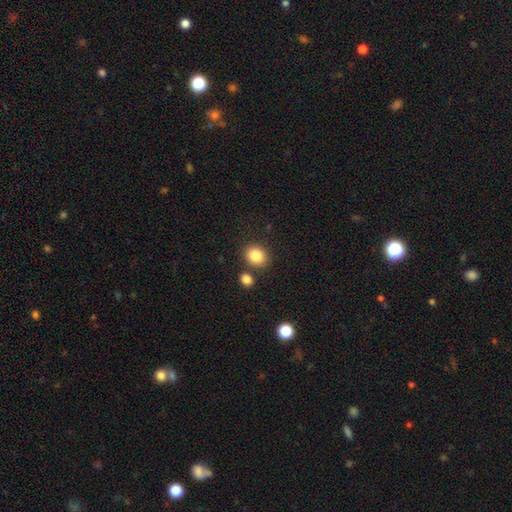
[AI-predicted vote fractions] smooth_or_featured: smooth (p=0.85) [alt: star or artifact p=0.10]
how_rounded: round (p=0.71) [alt: in between p=0.28]
merging: none (p=0.78) [alt: merger p=0.10]